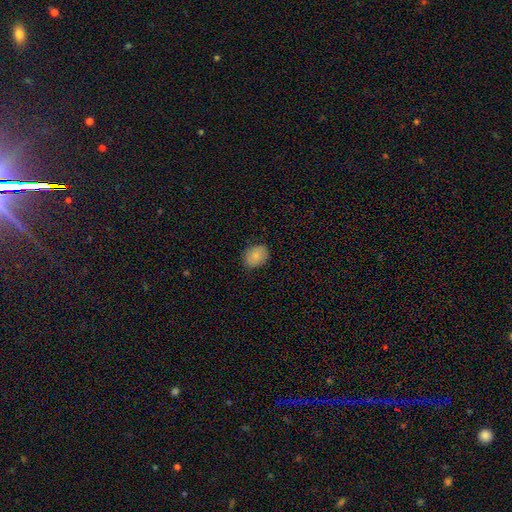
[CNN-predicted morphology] A smooth galaxy with no disk features (82%) that is in between round and cigar-shaped (57%). Merging: none (82%).